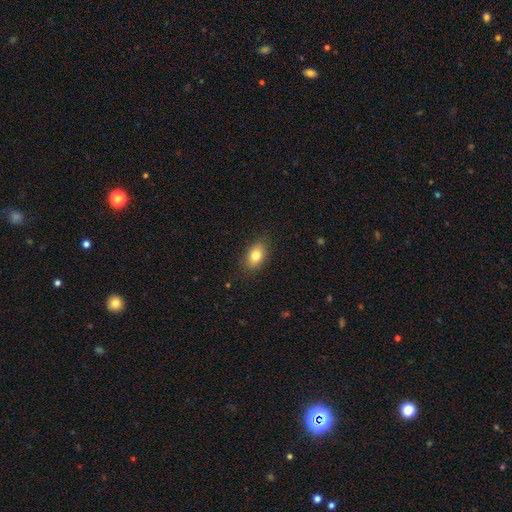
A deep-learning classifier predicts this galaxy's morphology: smooth 80%, featured or disk 11%, star or artifact 9%. Down the decision tree: how rounded — in between (82%); merging — none (85%).